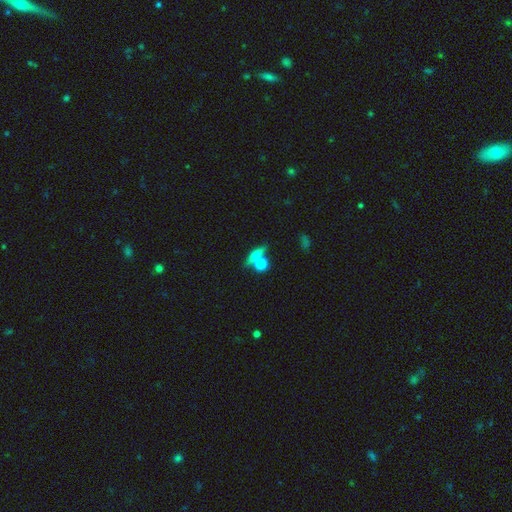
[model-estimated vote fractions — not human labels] Smooth or featured? Predicted: smooth (p=0.54). How rounded? Predicted: cigar-shaped (p=0.39). Merging? Predicted: none (p=0.56).